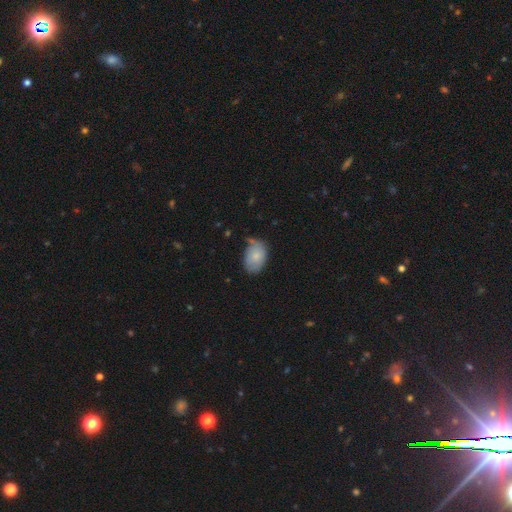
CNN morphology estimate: Q: Smooth or featured?
A: smooth (74%); runner-up: featured or disk (20%)
Q: How rounded?
A: in between (86%); runner-up: round (13%)
Q: Merging?
A: none (50%); runner-up: minor disturbance (36%)